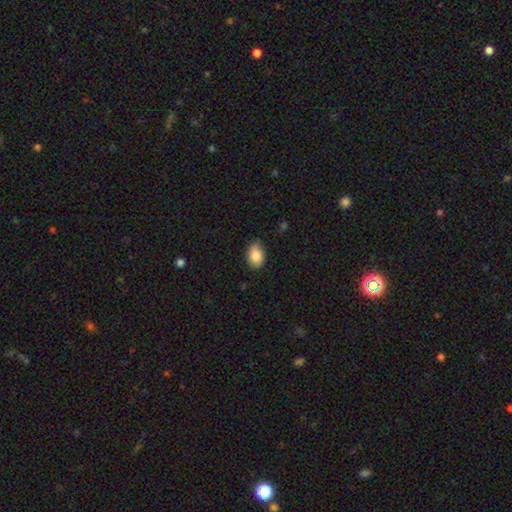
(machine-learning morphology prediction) A smooth galaxy with no disk features (87%) that is in between round and cigar-shaped (85%). Merging: none (79%).